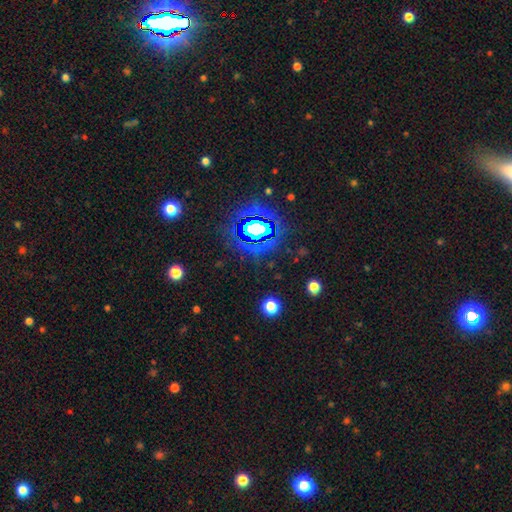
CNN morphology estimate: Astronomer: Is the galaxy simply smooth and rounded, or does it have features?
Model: star or artifact — 76%.